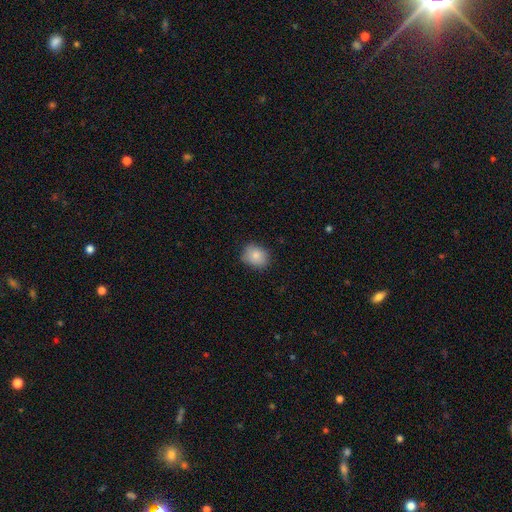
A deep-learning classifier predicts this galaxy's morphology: smooth_or_featured: smooth (p=0.84) [alt: star or artifact p=0.09]
how_rounded: round (p=0.60) [alt: in between p=0.39]
merging: none (p=0.80) [alt: minor disturbance p=0.16]